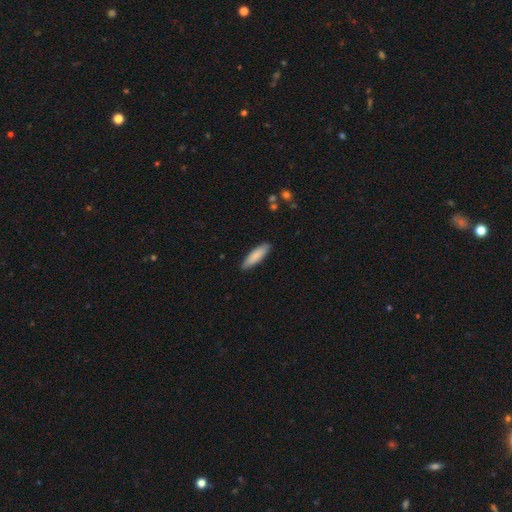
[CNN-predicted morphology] A smooth galaxy with no disk features (84%) that is cigar-shaped (61%). Merging: none (86%).